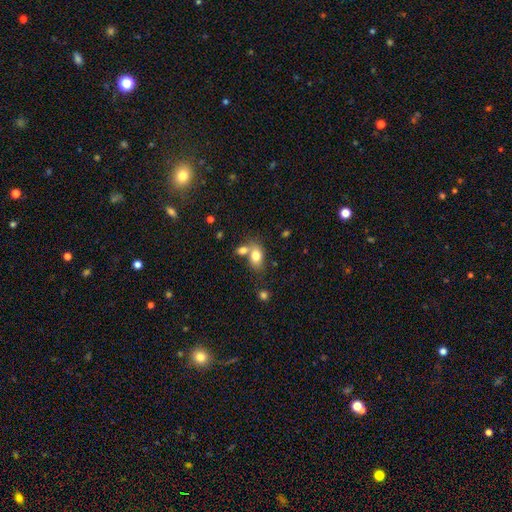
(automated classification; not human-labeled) Smooth or featured: smooth — 78% (featured or disk — 13%)
How rounded: in between — 81% (round — 17%)
Merging: none — 47% (merger — 35%)